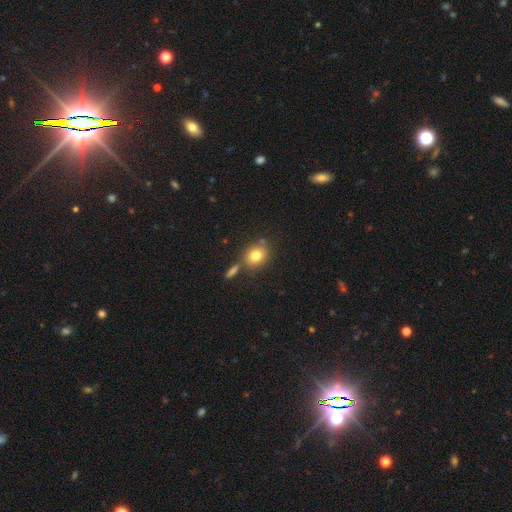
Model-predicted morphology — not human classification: smooth-or-featured: smooth: 78% | star or artifact: 11% | featured or disk: 11%
  how-rounded: round: 70% | in between: 28% | cigar-shaped: 1%
  merging: none: 68% | merger: 16% | minor disturbance: 12% | major disturbance: 4%